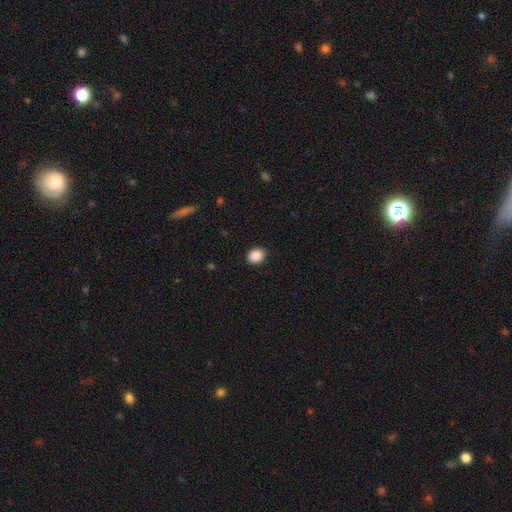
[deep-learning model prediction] smooth_or_featured: smooth (p=0.89) [alt: star or artifact p=0.08]
how_rounded: round (p=0.53) [alt: in between p=0.46]
merging: none (p=0.89) [alt: minor disturbance p=0.07]